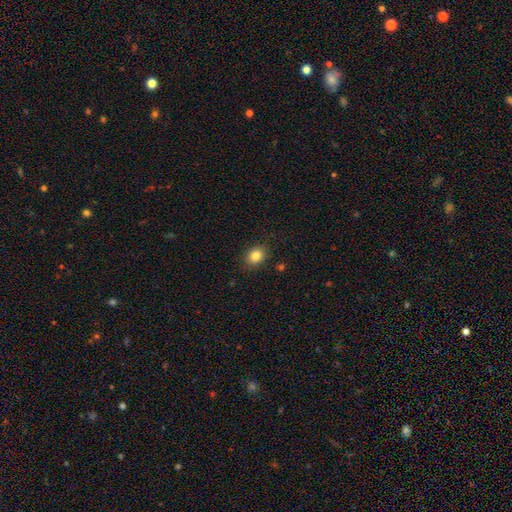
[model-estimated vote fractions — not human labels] This appears to be a smooth galaxy with no disk features (84%) that is in between round and cigar-shaped (54%). Merging: none (86%).